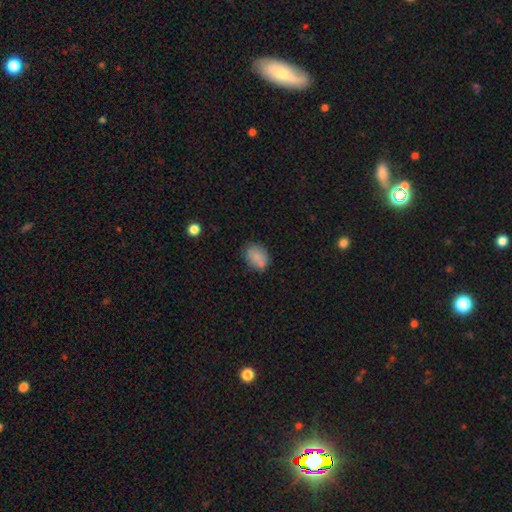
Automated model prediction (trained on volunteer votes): Morphology: type=smooth (79%); roundness=in between (64%); merging=none (62%).